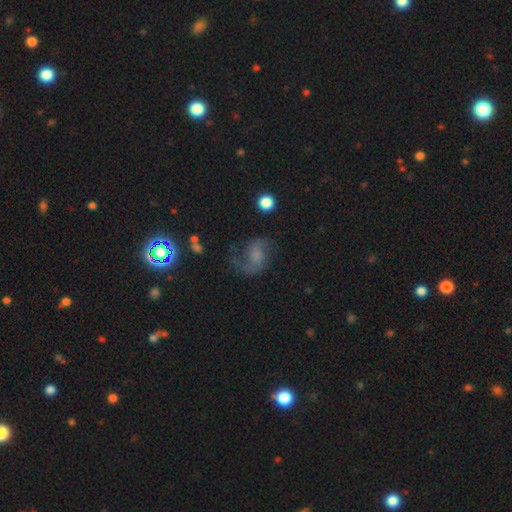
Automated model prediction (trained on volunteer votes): A featured or disk galaxy (66%) with no bar (52%), 2 (81%) loose (50%) spiral arms (91%) and no central bulge (34%). Merging: none (56%).